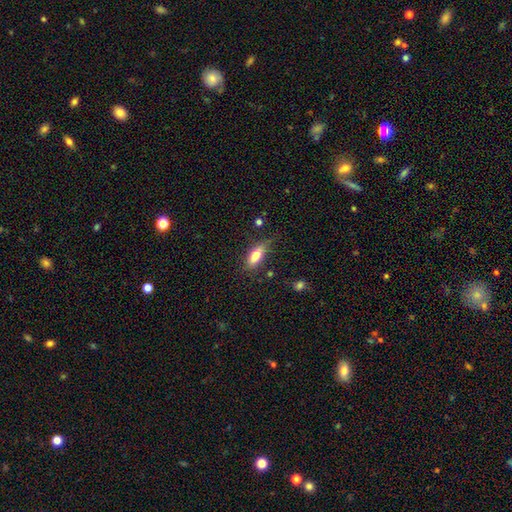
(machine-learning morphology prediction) Smooth or featured: smooth — 74% (featured or disk — 18%)
How rounded: in between — 67% (cigar-shaped — 31%)
Merging: none — 72% (minor disturbance — 20%)